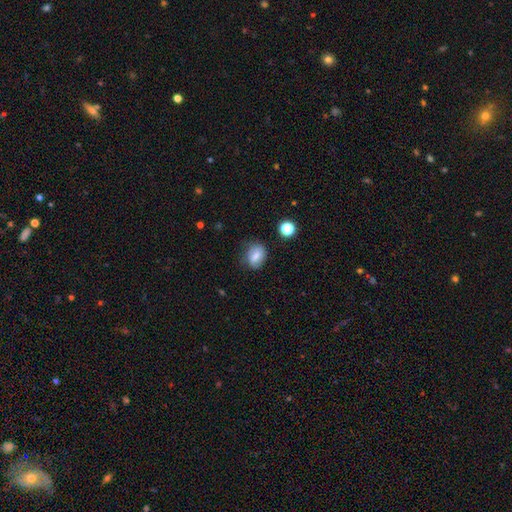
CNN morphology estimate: A smooth galaxy with no disk features (69%) that is in between round and cigar-shaped (62%). Merging: none (66%).